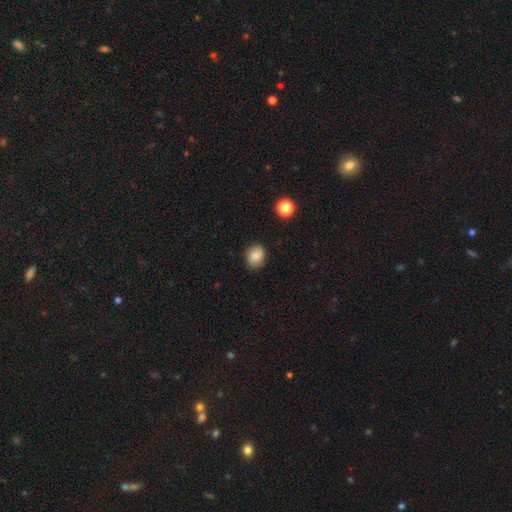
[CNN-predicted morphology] The model was most divided on "how rounded": round: 61%, in between: 38%, cigar-shaped: 1%. More confident: smooth or featured — smooth (86%); merging — none (83%).